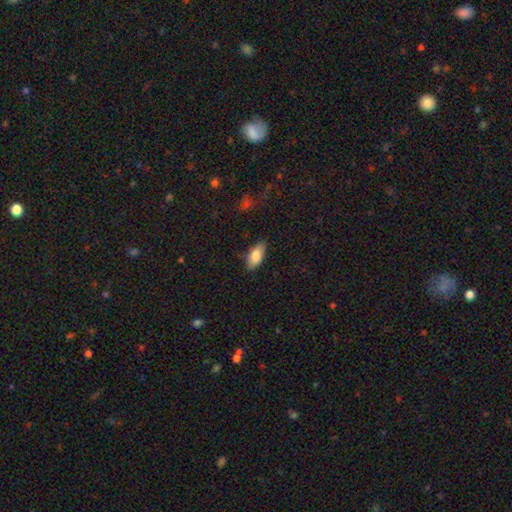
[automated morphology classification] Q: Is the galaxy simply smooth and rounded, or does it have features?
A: smooth — 82%.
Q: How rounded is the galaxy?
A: in between — 89%.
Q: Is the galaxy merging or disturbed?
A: none — 83%.